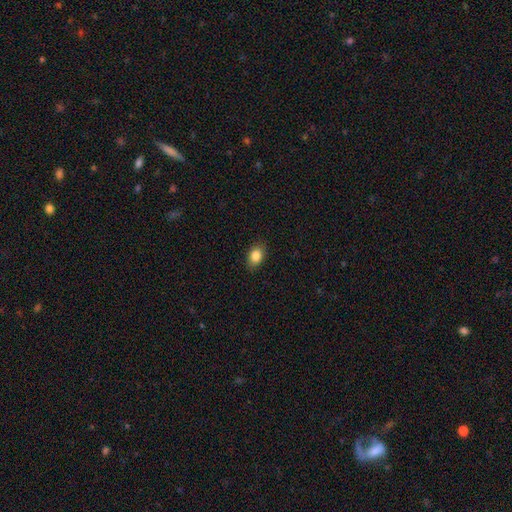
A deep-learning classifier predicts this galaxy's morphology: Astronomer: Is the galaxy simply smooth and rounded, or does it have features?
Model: smooth — 85%.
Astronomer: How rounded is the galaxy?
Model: in between — 77%.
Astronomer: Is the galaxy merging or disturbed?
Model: none — 87%.